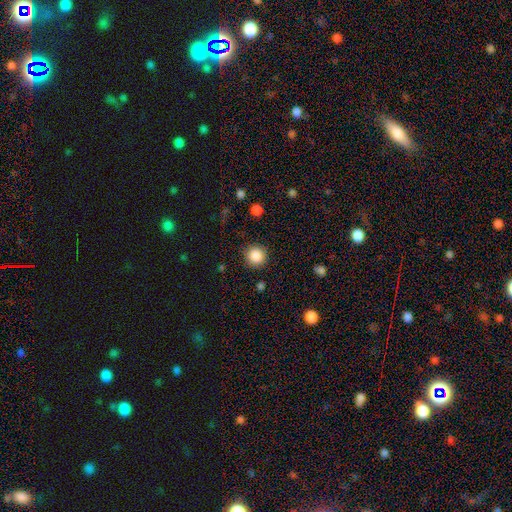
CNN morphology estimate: smooth-or-featured: smooth: 87% | star or artifact: 10% | featured or disk: 4%
  how-rounded: round: 94% | in between: 5% | cigar-shaped: 1%
  merging: none: 90% | minor disturbance: 6% | major disturbance: 2% | merger: 1%